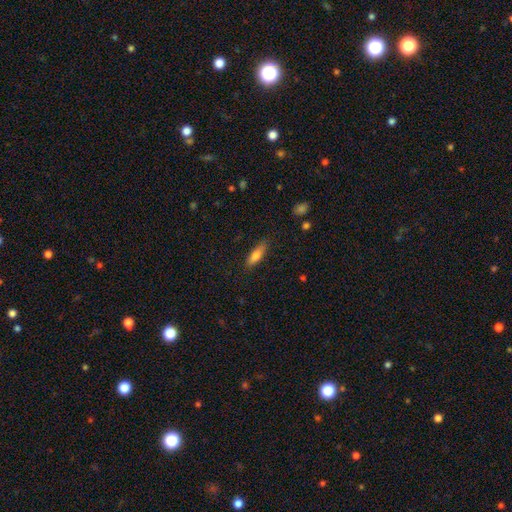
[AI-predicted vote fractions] The model was most divided on "how rounded": cigar-shaped: 56%, in between: 41%, round: 2%. More confident: merging — none (81%); smooth or featured — smooth (72%).